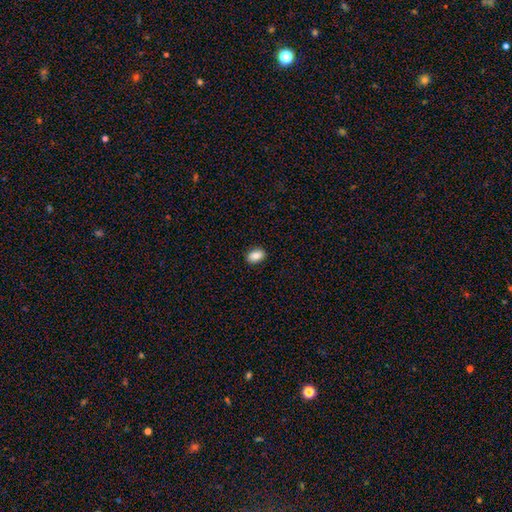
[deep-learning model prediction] This appears to be a smooth galaxy with no disk features (84%) that is in between round and cigar-shaped (86%). Merging: none (90%).